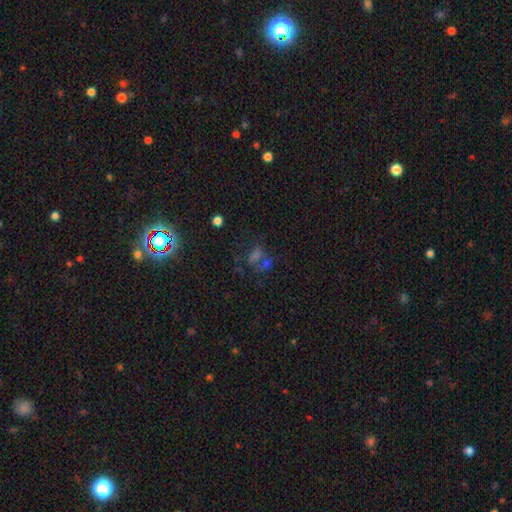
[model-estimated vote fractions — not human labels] The model was most divided on "smooth or featured": star or artifact: 48%, smooth: 28%, featured or disk: 23%.